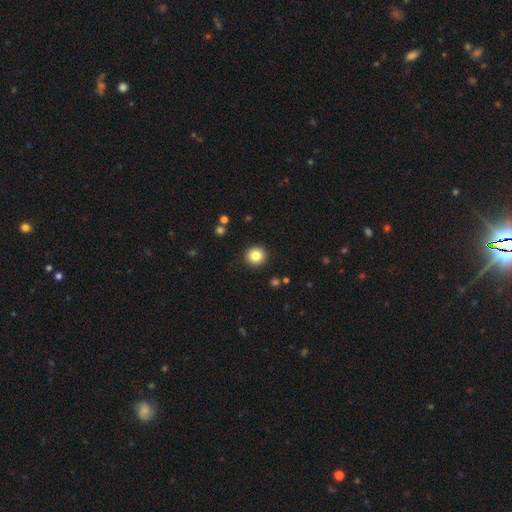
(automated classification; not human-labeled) Q: Smooth or featured?
A: smooth (84%); runner-up: star or artifact (10%)
Q: How rounded?
A: round (93%); runner-up: in between (6%)
Q: Merging?
A: none (91%); runner-up: minor disturbance (5%)